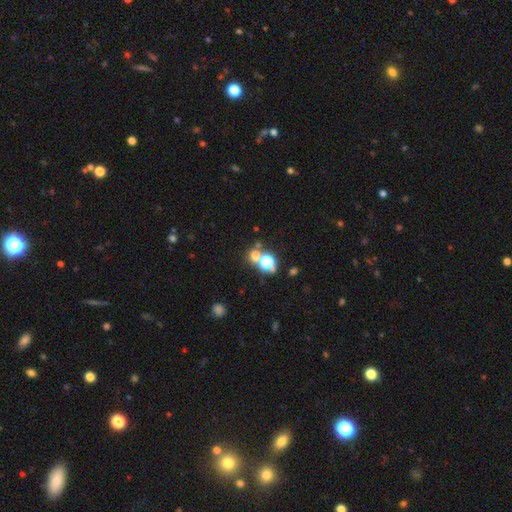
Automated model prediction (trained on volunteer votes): Smooth or featured? smooth (57%)
How rounded? round (82%)
Merging? none (57%)